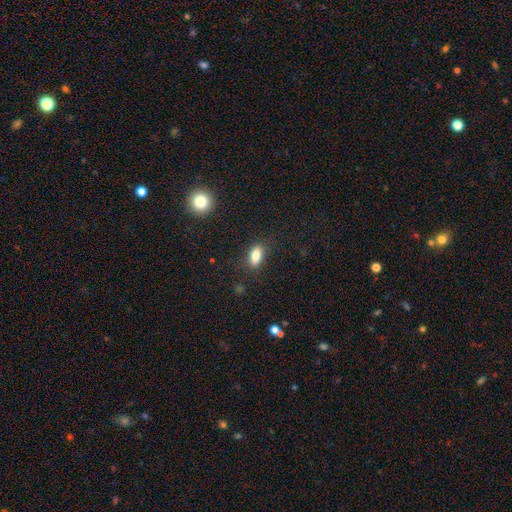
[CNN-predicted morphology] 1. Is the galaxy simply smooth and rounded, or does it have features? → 83% smooth, 9% star or artifact, 8% featured or disk.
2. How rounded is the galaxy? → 85% in between, 10% cigar-shaped, 6% round.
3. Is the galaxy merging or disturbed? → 82% none, 13% minor disturbance, 4% major disturbance, 2% merger.